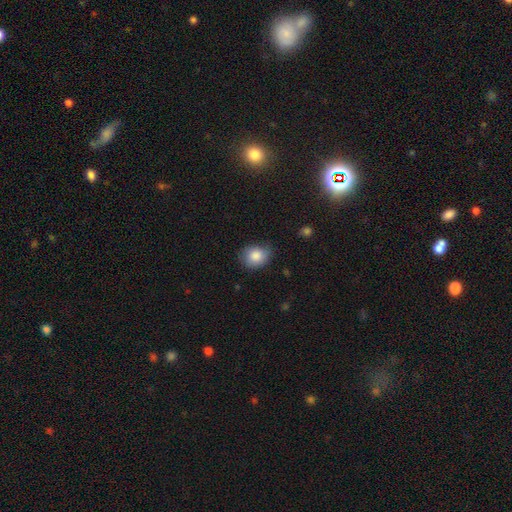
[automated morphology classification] Overall: smooth (85%). How rounded: round (57%; in between 42%). Merging: none (66%; minor disturbance 27%).